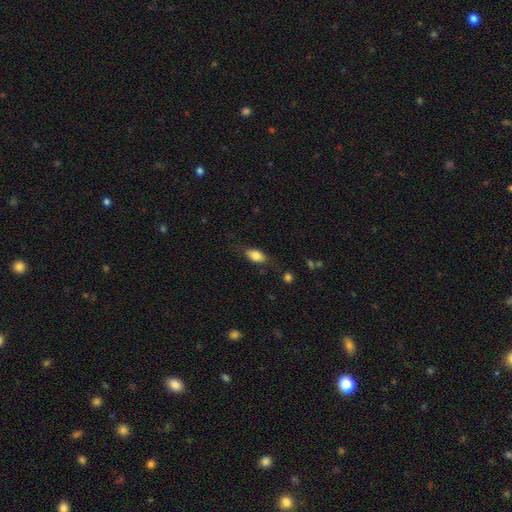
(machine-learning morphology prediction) Smooth or featured? smooth (80%)
How rounded? in between (88%)
Merging? none (73%)